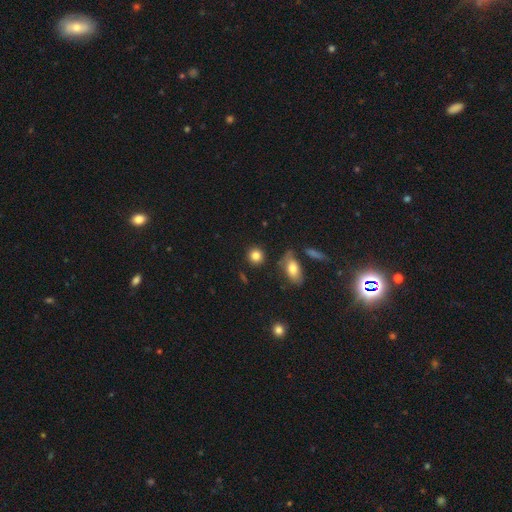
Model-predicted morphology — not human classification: Overall: smooth (83%). How rounded: round (87%). Merging: none (85%).